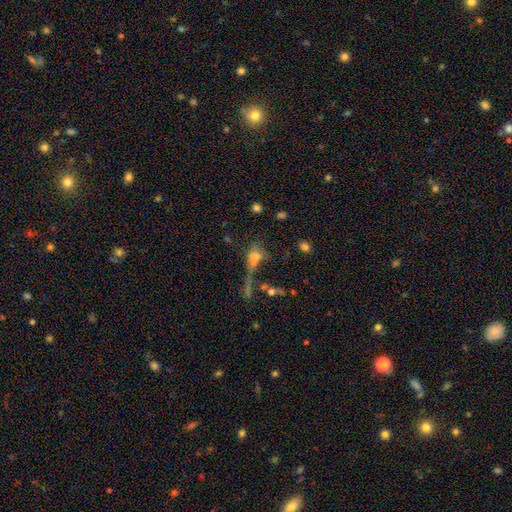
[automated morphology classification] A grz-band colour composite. It shows a smooth galaxy with no disk features (47%). Merging: merger (32%).